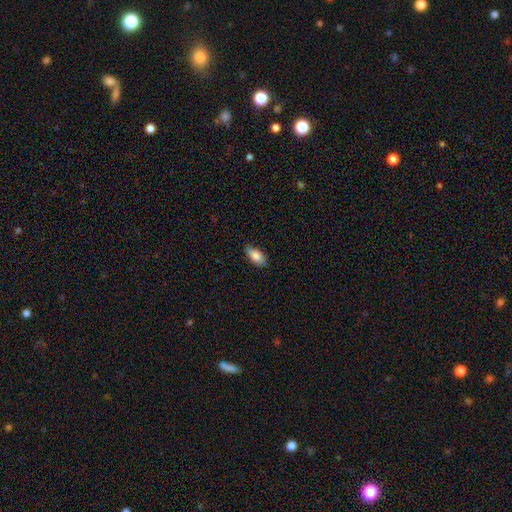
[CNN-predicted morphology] Q: Smooth or featured?
A: smooth (84%); runner-up: featured or disk (9%)
Q: How rounded?
A: in between (90%); runner-up: cigar-shaped (7%)
Q: Merging?
A: none (78%); runner-up: minor disturbance (18%)